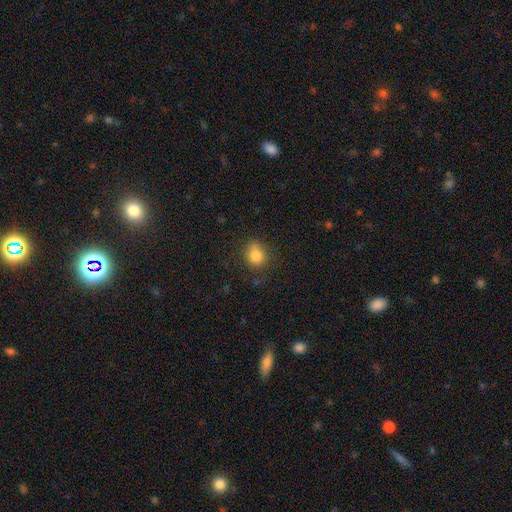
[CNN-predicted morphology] This is clearly a smooth galaxy (81%). How rounded: likely round (72%). Merging: likely none (72%).